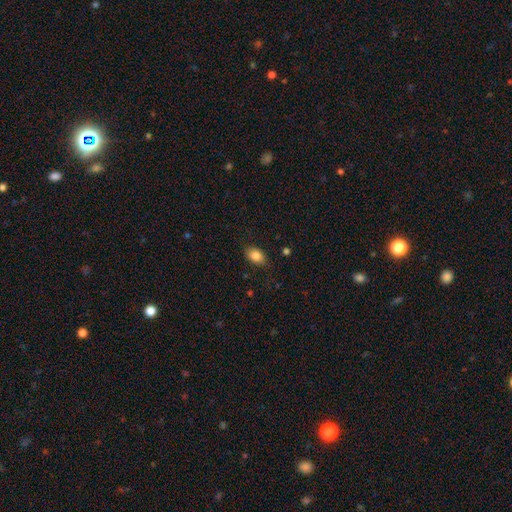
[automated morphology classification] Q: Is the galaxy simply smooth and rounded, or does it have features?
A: smooth — 85%.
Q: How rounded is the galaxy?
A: in between — 84%.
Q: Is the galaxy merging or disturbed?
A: none — 84%.